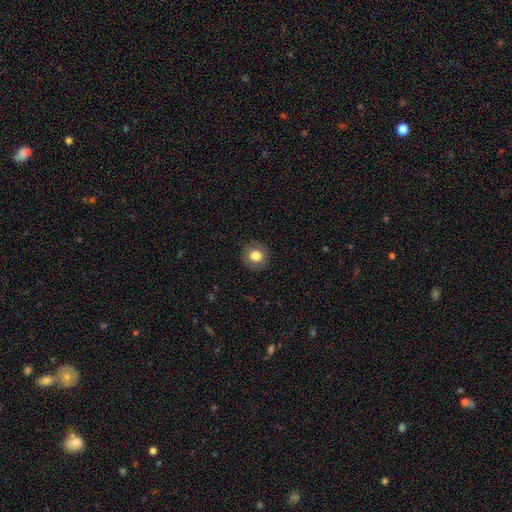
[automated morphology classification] smooth_or_featured: smooth (p=0.79) [alt: featured or disk p=0.12]
how_rounded: round (p=0.87) [alt: in between p=0.12]
merging: none (p=0.88) [alt: minor disturbance p=0.08]